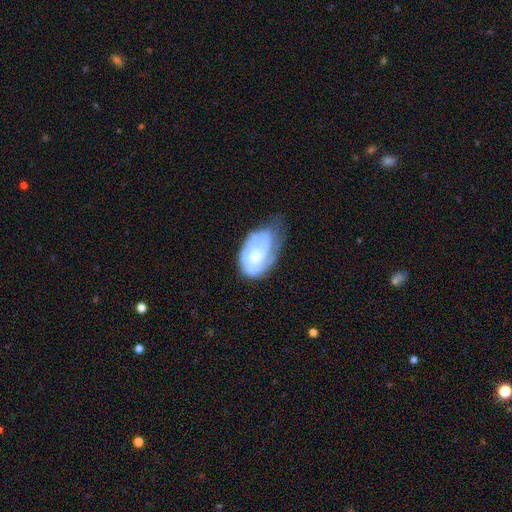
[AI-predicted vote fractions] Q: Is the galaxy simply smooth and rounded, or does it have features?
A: featured or disk — 70%.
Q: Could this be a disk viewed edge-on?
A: no — 97%.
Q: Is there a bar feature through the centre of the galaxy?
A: no — 65%.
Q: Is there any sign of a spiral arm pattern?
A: yes — 75%.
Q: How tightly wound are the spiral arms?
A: tight — 46%.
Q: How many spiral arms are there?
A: can't tell — 39%.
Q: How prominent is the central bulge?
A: moderate — 51%.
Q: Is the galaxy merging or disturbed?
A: minor disturbance — 36%.